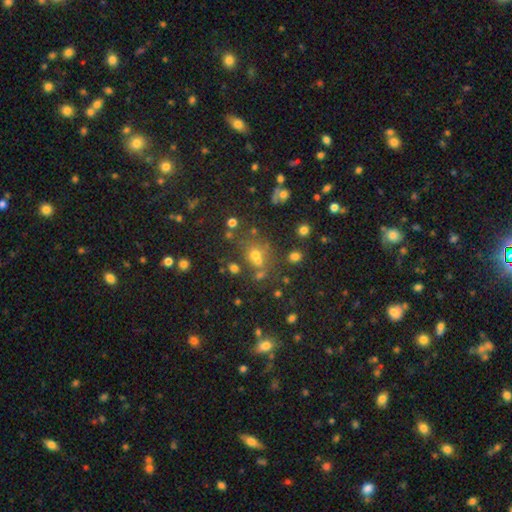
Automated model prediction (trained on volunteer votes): smooth 50%, star or artifact 37%, featured or disk 12%. Down the decision tree: how rounded — round (65%); merging — none (62%).